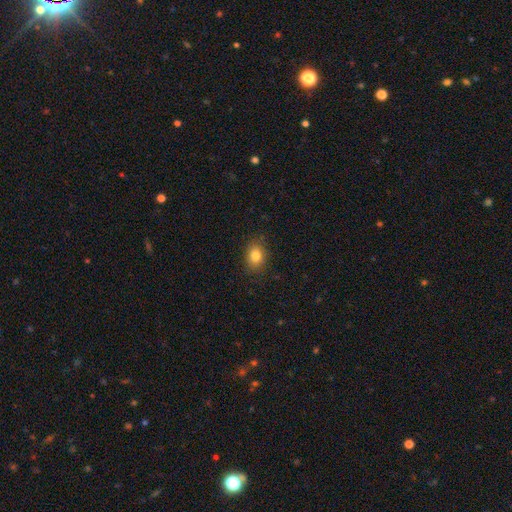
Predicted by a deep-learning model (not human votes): Smooth or featured? smooth (83%)
How rounded? in between (60%)
Merging? none (85%)